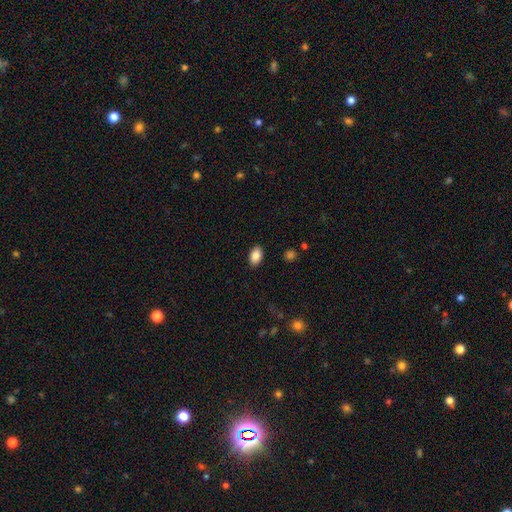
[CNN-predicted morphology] type=smooth (87%); roundness=in between (91%); merging=none (88%).